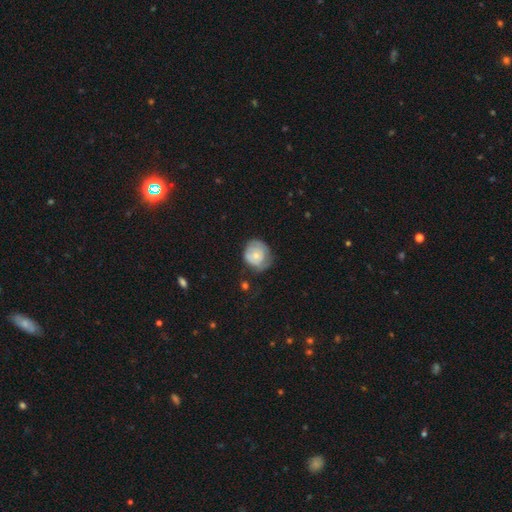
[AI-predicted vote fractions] smooth 53%, featured or disk 40%, star or artifact 7%. Down the decision tree: how rounded — round (77%); merging — none (51%).